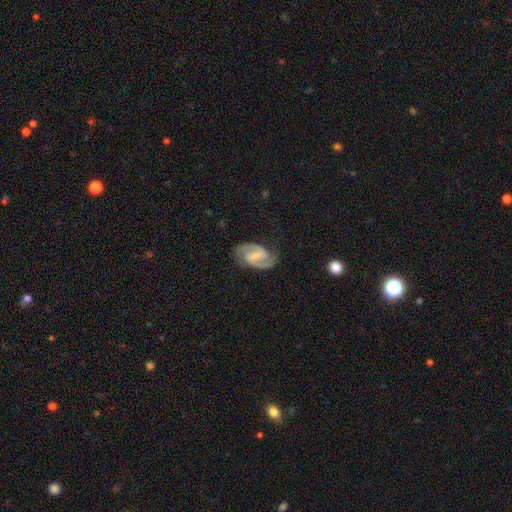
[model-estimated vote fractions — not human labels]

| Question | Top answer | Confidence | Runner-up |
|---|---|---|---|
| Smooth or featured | featured or disk | 88% | smooth (8%) |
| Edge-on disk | no | 98% | yes (2%) |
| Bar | weak | 53% | strong (28%) |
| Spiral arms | yes | 97% | no (3%) |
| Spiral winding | medium | 57% | tight (28%) |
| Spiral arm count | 2 | 93% | can't tell (3%) |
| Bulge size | small | 45% | moderate (28%) |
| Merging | none | 79% | minor disturbance (15%) |